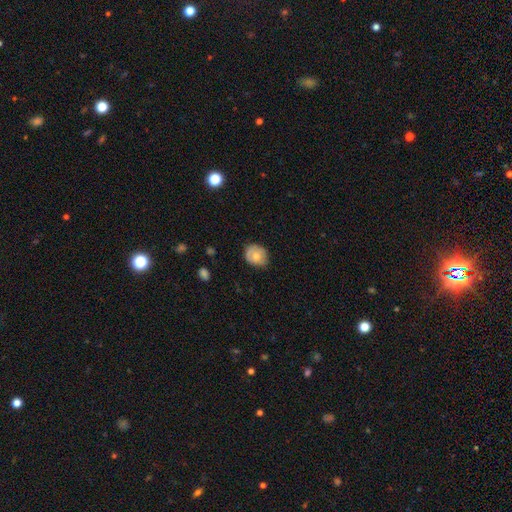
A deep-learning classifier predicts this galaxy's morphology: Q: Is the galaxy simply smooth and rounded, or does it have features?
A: smooth — 68%.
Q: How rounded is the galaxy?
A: round — 67%.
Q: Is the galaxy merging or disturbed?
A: none — 68%.